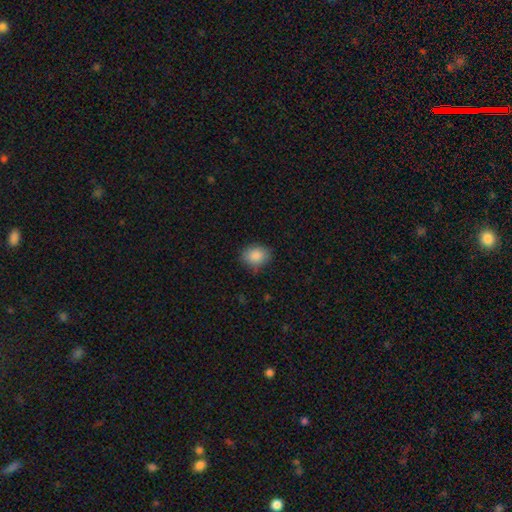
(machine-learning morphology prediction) Smooth or featured? smooth (88%)
How rounded? round (50%, tied with in between)
Merging? none (78%)